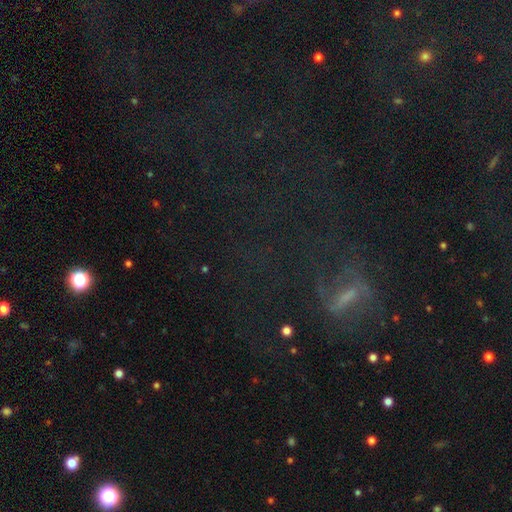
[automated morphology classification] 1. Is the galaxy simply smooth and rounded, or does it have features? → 53% star or artifact, 24% featured or disk, 23% smooth.